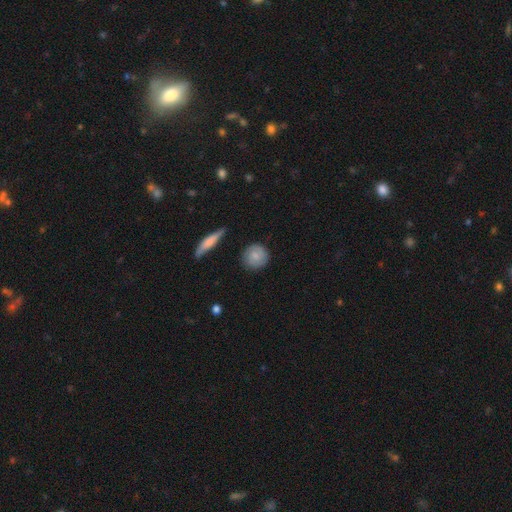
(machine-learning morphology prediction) A smooth galaxy with no disk features (71%) that is round (87%). Merging: none (84%).